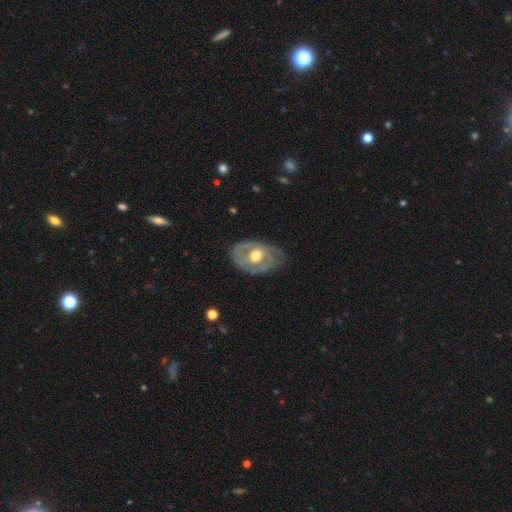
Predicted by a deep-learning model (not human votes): Smooth or featured: featured or disk — 77% (smooth — 18%)
Edge-on disk: no — 95% (yes — 5%)
Bar: no — 66% (weak — 27%)
Spiral arms: yes — 75% (no — 25%)
Spiral winding: tight — 52% (medium — 36%)
Spiral arm count: can't tell — 37% (2 — 36%)
Bulge size: moderate — 69% (large — 23%)
Merging: none — 67% (minor disturbance — 23%)